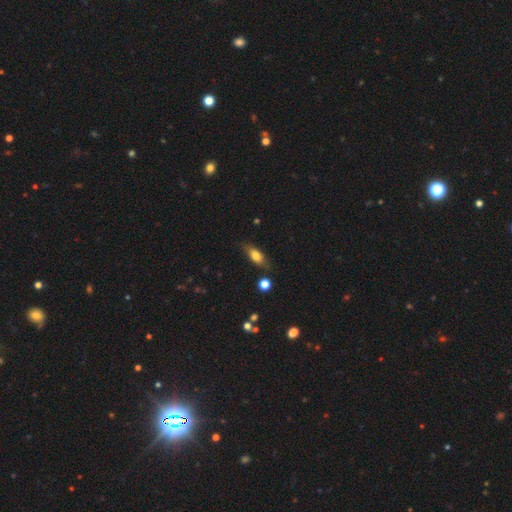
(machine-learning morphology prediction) Smooth or featured: smooth — 71% (featured or disk — 20%)
How rounded: in between — 75% (cigar-shaped — 19%)
Merging: none — 71% (minor disturbance — 21%)